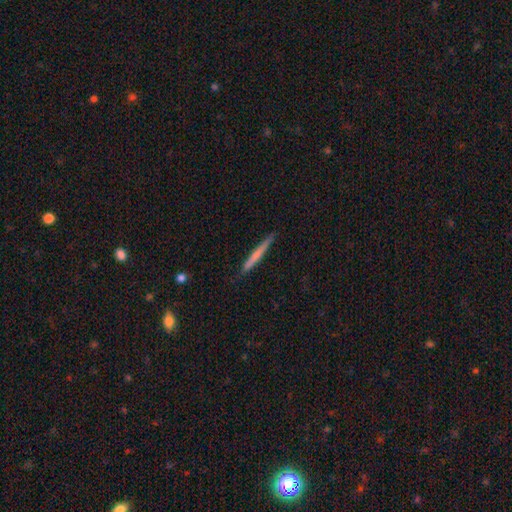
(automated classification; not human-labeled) Morphology: type=smooth (60%); roundness=cigar-shaped (97%); merging=none (87%).